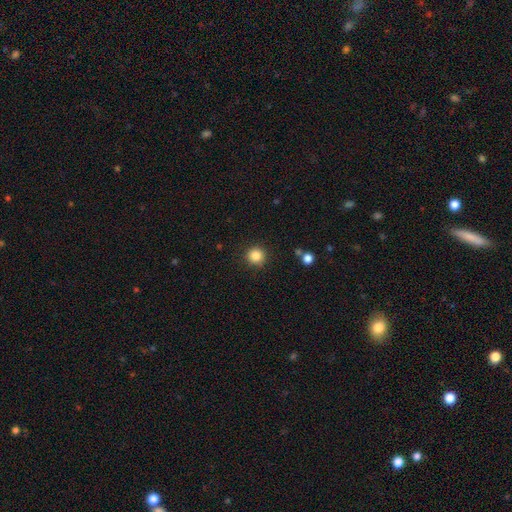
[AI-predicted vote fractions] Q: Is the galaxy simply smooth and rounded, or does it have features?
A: smooth — 85%.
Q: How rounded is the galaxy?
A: round — 94%.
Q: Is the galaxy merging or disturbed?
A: none — 90%.